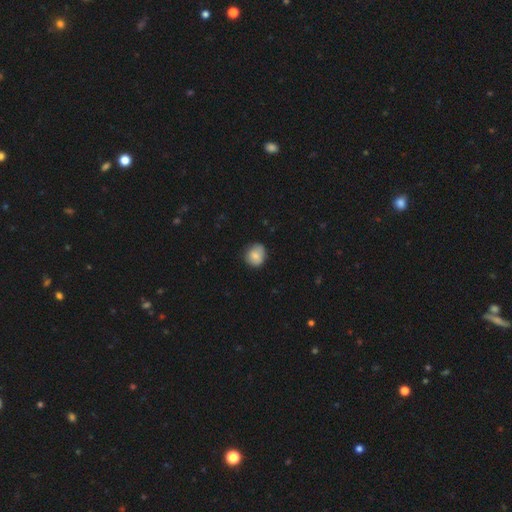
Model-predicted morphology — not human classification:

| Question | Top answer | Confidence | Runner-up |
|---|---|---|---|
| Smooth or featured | smooth | 78% | featured or disk (14%) |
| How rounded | round | 74% | in between (25%) |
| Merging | none | 70% | minor disturbance (25%) |